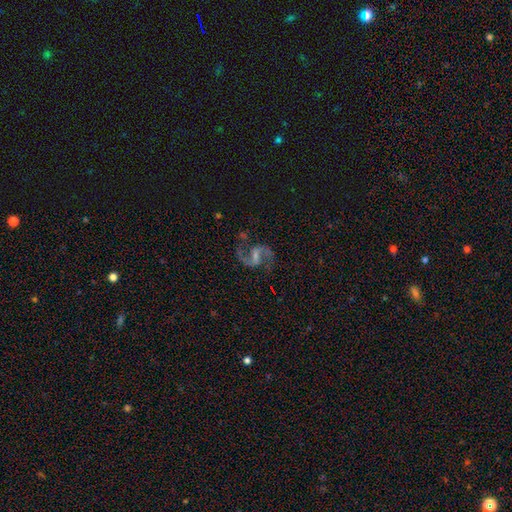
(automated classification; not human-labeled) Smooth or featured? Predicted: featured or disk (p=0.91). Edge-on disk? Predicted: no (p=0.98). Bar? Predicted: weak (p=0.52). Spiral arms? Predicted: yes (p=0.98). Spiral winding? Predicted: medium (p=0.51). Spiral arm count? Predicted: 2 (p=0.94). Bulge size? Predicted: small (p=0.46). Merging? Predicted: none (p=0.79).